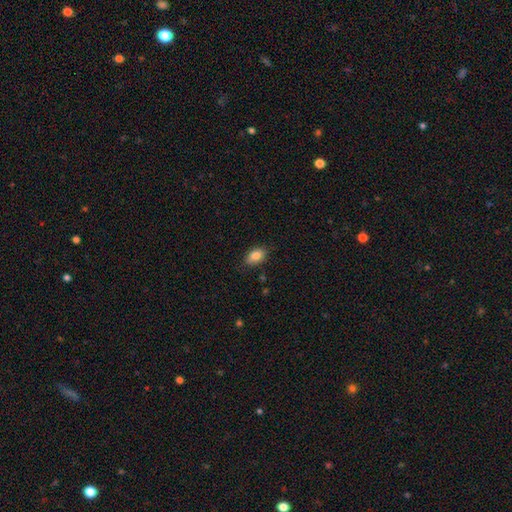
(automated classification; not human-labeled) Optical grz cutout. It shows a smooth galaxy with no disk features (84%) that is in between round and cigar-shaped (88%). Merging: none (83%).